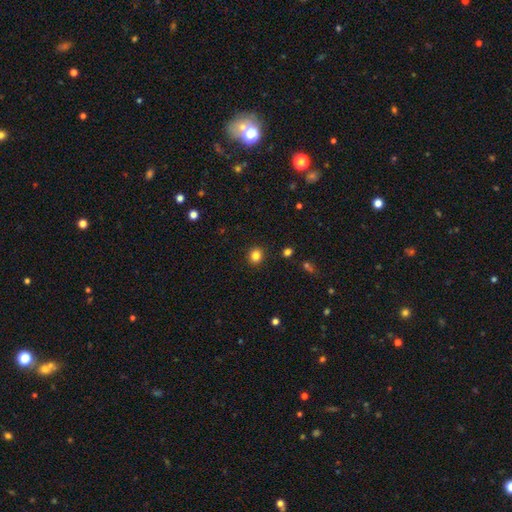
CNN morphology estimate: Smooth or featured?
  - smooth: 83% *
  - star or artifact: 12%
  - featured or disk: 5%
How rounded?
  - round: 86% *
  - in between: 13%
  - cigar-shaped: 1%
Merging?
  - none: 91% *
  - minor disturbance: 6%
  - major disturbance: 2%
  - merger: 1%